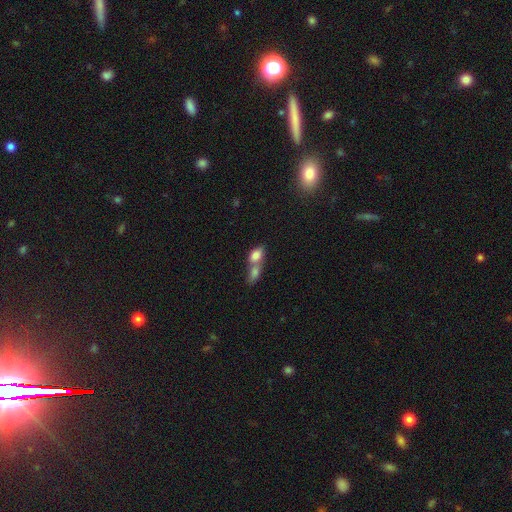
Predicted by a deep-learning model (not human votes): Q: Smooth or featured?
A: smooth (80%); runner-up: featured or disk (13%)
Q: How rounded?
A: in between (80%); runner-up: round (15%)
Q: Merging?
A: merger (73%); runner-up: none (17%)